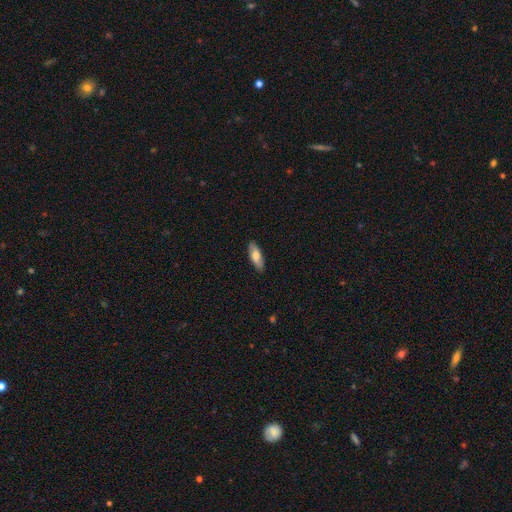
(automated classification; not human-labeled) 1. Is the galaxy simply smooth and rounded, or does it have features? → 69% smooth, 25% featured or disk, 6% star or artifact.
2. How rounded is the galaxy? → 70% in between, 28% cigar-shaped, 2% round.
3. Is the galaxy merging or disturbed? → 87% none, 10% minor disturbance, 2% major disturbance, 1% merger.